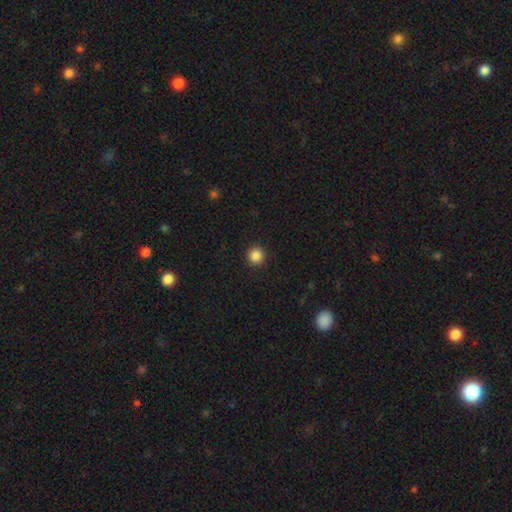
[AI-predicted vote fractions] A smooth galaxy with no disk features (86%) that is round (95%).

Vote fractions:
- Smooth or featured? smooth: 86% / star or artifact: 10% / featured or disk: 3%
- How rounded? round: 95% / in between: 4% / cigar-shaped: 1%
- Merging? none: 93% / minor disturbance: 5% / major disturbance: 2% / merger: 1%